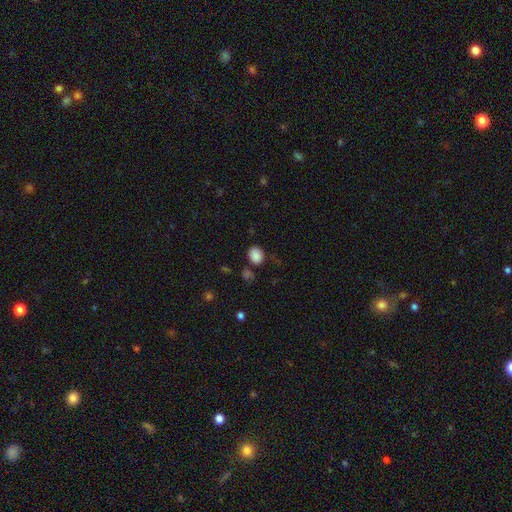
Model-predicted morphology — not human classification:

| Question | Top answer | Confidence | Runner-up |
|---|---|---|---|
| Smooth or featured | smooth | 86% | star or artifact (10%) |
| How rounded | round | 50% | in between (49%) |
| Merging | none | 76% | minor disturbance (14%) |